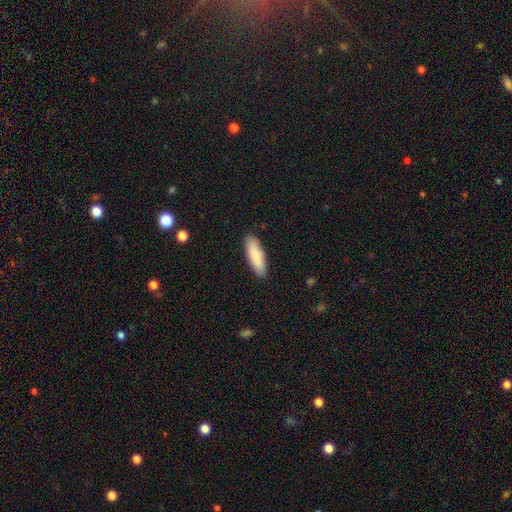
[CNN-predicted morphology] Smooth or featured? Predicted: smooth (p=0.86). How rounded? Predicted: cigar-shaped (p=0.58). Merging? Predicted: none (p=0.87).